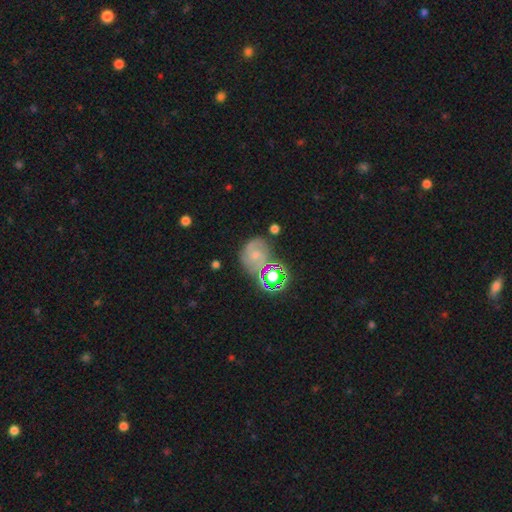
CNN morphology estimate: A featured or disk galaxy (58%) with no bar (56%), 2 (56%) medium (44%) spiral arms (91%) and a small central bulge (61%).

Vote fractions:
- Smooth or featured? featured or disk: 58% / smooth: 22% / star or artifact: 20%
- Edge-on disk? no: 97% / yes: 3%
- Bar? no: 56% / weak: 36% / strong: 8%
- Spiral arms? yes: 91% / no: 9%
- Spiral winding? medium: 44% / tight: 41% / loose: 15%
- Spiral arm count? 2: 56% / can't tell: 21% / 3: 12% / 1: 6% / 4: 3% / more than 4: 3%
- Bulge size? small: 61% / moderate: 28% / none: 7% / large: 2% / dominant: 1%
- Merging? none: 62% / minor disturbance: 20% / major disturbance: 10% / merger: 9%